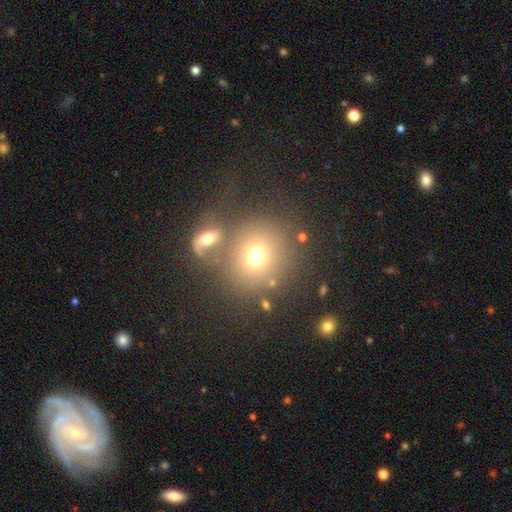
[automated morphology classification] The model was most divided on "merging": none: 58%, merger: 24%, minor disturbance: 11%, major disturbance: 7%. More confident: how rounded — round (84%); smooth or featured — smooth (71%).